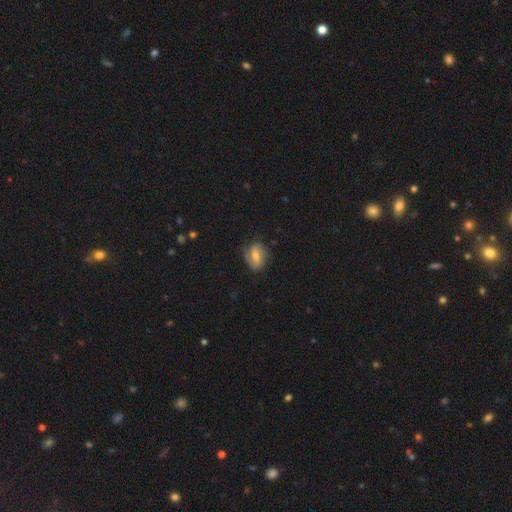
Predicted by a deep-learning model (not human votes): The model was most divided on "smooth or featured": featured or disk: 49%, smooth: 44%, star or artifact: 8%. More confident: merging — none (65%).